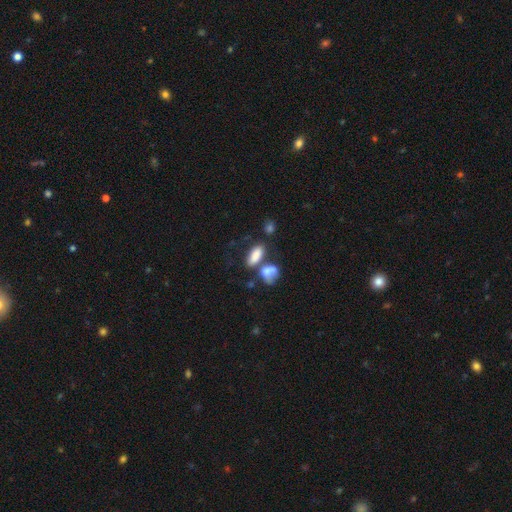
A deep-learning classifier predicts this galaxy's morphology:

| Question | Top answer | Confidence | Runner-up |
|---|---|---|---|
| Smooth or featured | smooth | 82% | featured or disk (10%) |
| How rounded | in between | 84% | cigar-shaped (11%) |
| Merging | none | 42% | merger (34%) |